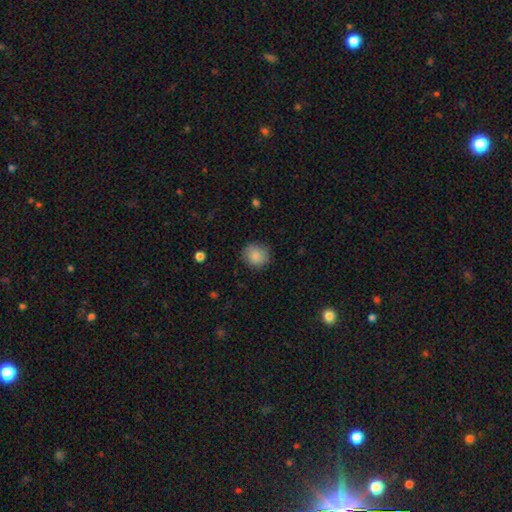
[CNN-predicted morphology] Smooth or featured? Predicted: smooth (p=0.86). How rounded? Predicted: round (p=0.86). Merging? Predicted: none (p=0.85).